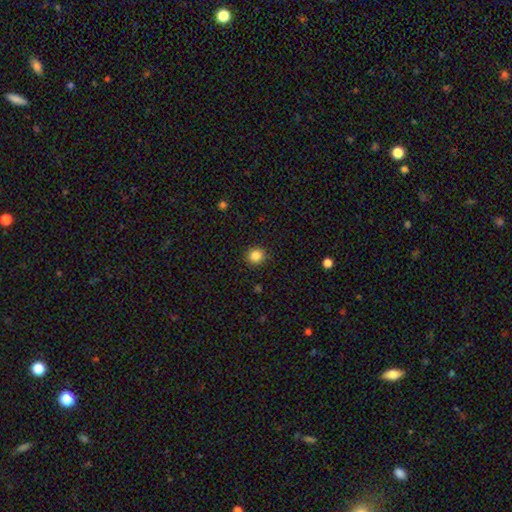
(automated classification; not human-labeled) Morphology: type=smooth (85%); roundness=round (90%); merging=none (91%).